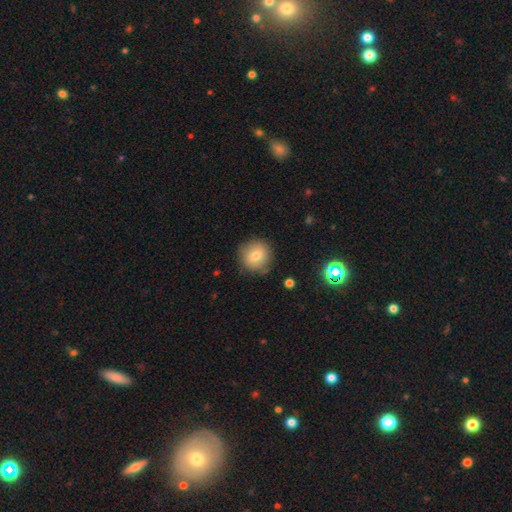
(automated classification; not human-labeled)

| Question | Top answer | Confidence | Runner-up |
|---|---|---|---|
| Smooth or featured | smooth | 74% | featured or disk (16%) |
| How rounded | round | 89% | in between (10%) |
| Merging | none | 81% | minor disturbance (13%) |